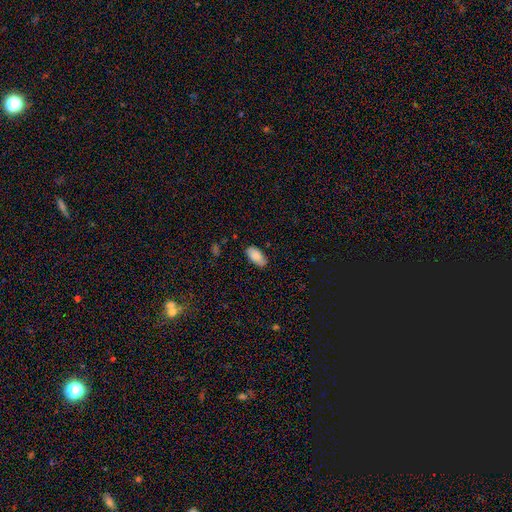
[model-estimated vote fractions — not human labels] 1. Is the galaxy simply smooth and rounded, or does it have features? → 86% smooth, 7% featured or disk, 7% star or artifact.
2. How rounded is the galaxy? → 94% in between, 4% cigar-shaped, 2% round.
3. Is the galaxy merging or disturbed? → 80% none, 16% minor disturbance, 3% major disturbance, 1% merger.